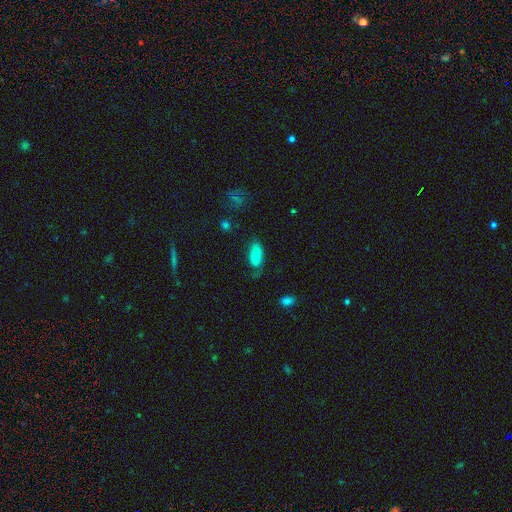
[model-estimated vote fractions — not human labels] A smooth galaxy with no disk features (77%) that is in between round and cigar-shaped (87%). Merging: none (49%).